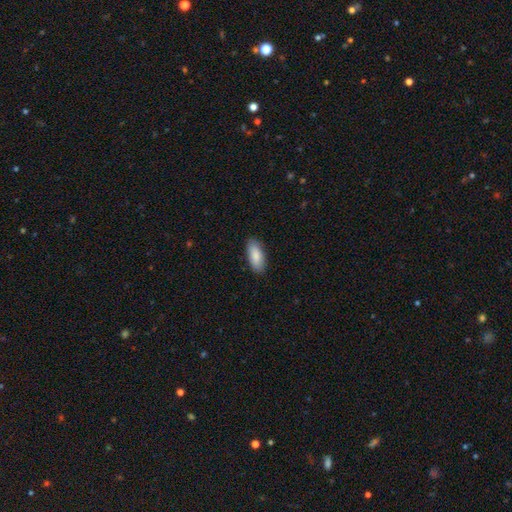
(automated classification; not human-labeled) Smooth or featured: smooth — 88% (featured or disk — 7%)
How rounded: in between — 85% (cigar-shaped — 13%)
Merging: none — 87% (minor disturbance — 10%)